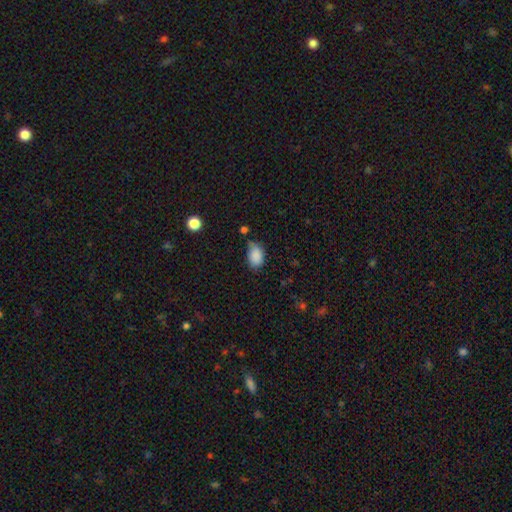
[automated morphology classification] This appears to be a smooth galaxy with no disk features (87%) that is in between round and cigar-shaped (84%). Merging: none (51%).